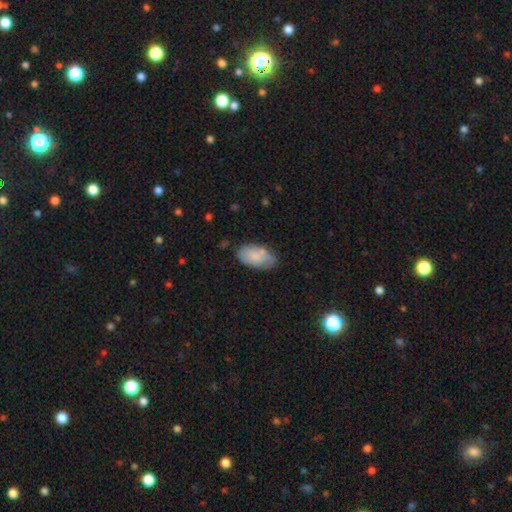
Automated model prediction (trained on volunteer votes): Overall: smooth (74%). How rounded: in between (95%). Merging: none (66%).